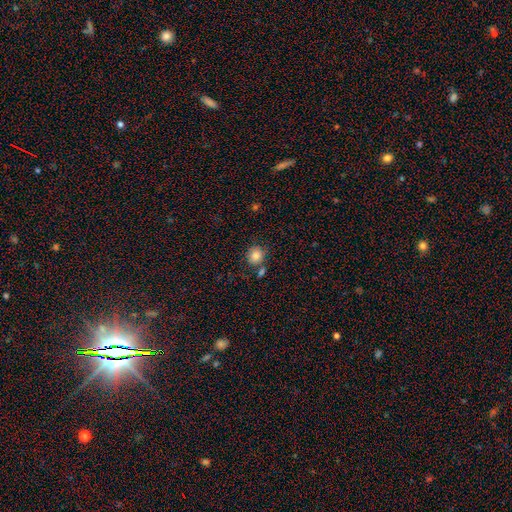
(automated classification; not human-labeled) Smooth or featured?
  - smooth: 84% *
  - star or artifact: 10%
  - featured or disk: 6%
How rounded?
  - round: 81% *
  - in between: 18%
  - cigar-shaped: 1%
Merging?
  - none: 73% *
  - merger: 12%
  - minor disturbance: 12%
  - major disturbance: 4%